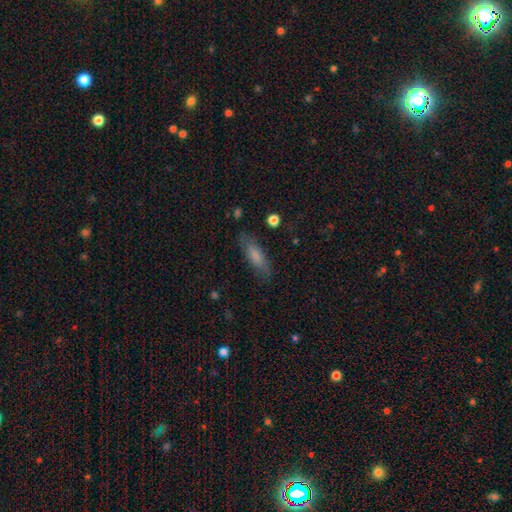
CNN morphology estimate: Smooth or featured? smooth (74%)
How rounded? in between (50%)
Merging? none (80%)